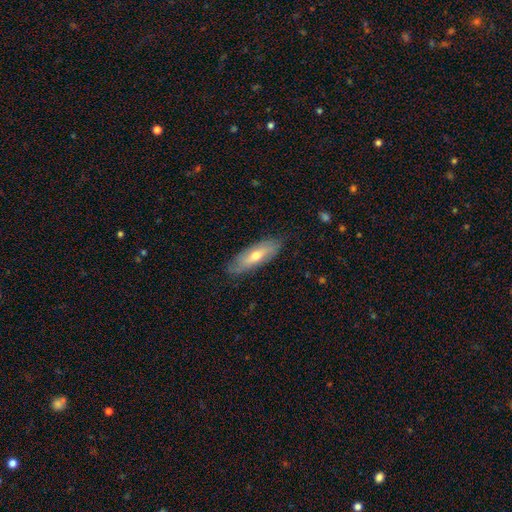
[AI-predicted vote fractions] Morphology: type=smooth (51%); roundness=in between (58%); merging=none (81%).